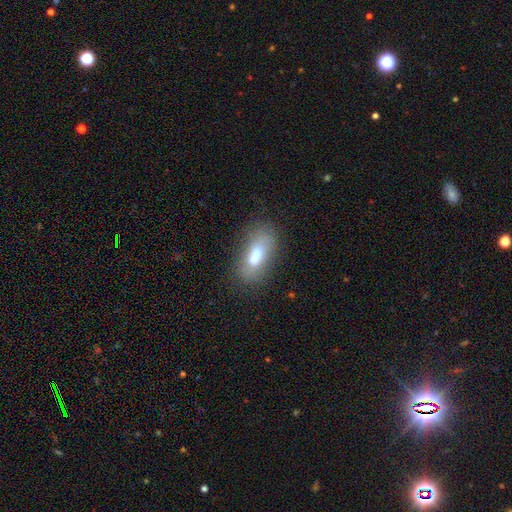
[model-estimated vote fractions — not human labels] smooth_or_featured: smooth (p=0.69) [alt: featured or disk p=0.22]
how_rounded: in between (p=0.78) [alt: cigar-shaped p=0.18]
merging: none (p=0.68) [alt: minor disturbance p=0.19]